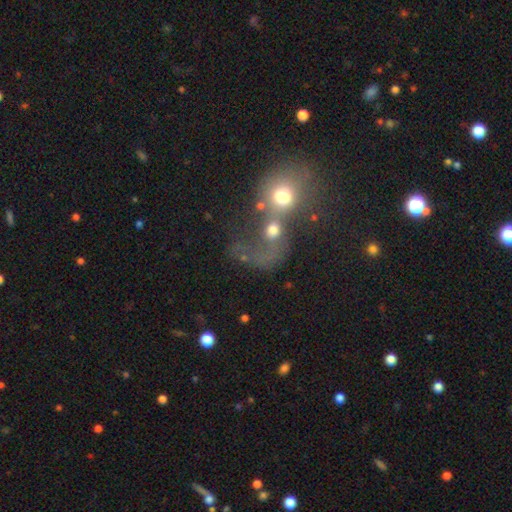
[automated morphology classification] Overall: smooth (44%; featured or disk 36%). Merging: merger (69%).